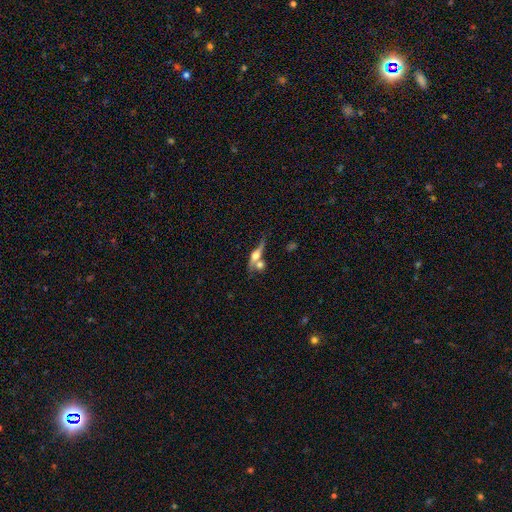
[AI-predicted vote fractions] Q: Smooth or featured?
A: featured or disk (61%); runner-up: smooth (30%)
Q: Edge-on disk?
A: yes (72%); runner-up: no (28%)
Q: Merging?
A: merger (41%); runner-up: none (38%)